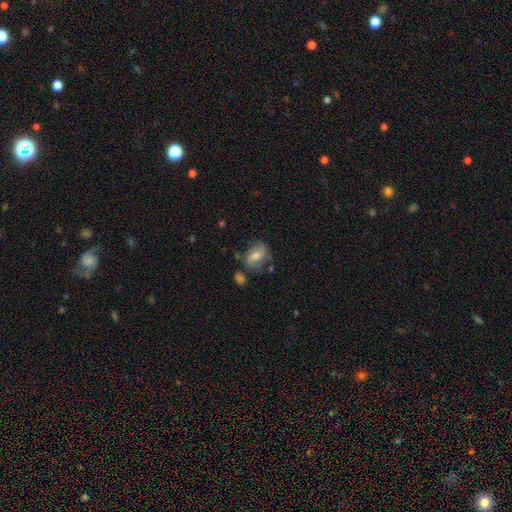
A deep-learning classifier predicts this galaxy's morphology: Smooth or featured: smooth — 47% (featured or disk — 45%)
Merging: none — 60% (minor disturbance — 24%)